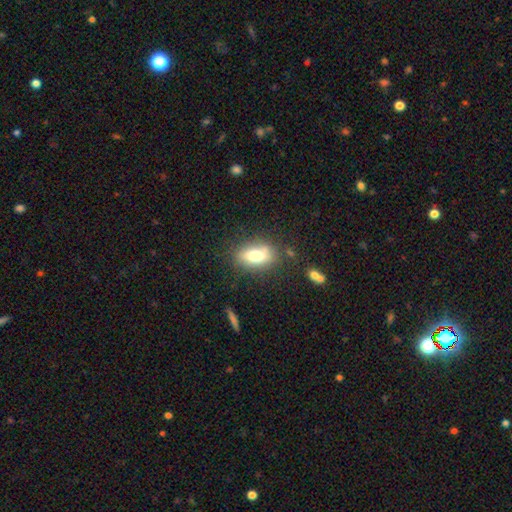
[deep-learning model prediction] Overall: smooth (74%). How rounded: in between (85%). Merging: none (75%).